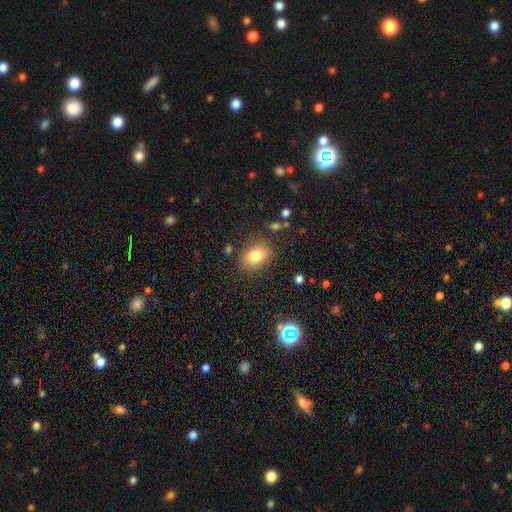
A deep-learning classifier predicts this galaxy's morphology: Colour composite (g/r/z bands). It shows a smooth galaxy with no disk features (81%) that is in between round and cigar-shaped (70%). Merging: none (81%).